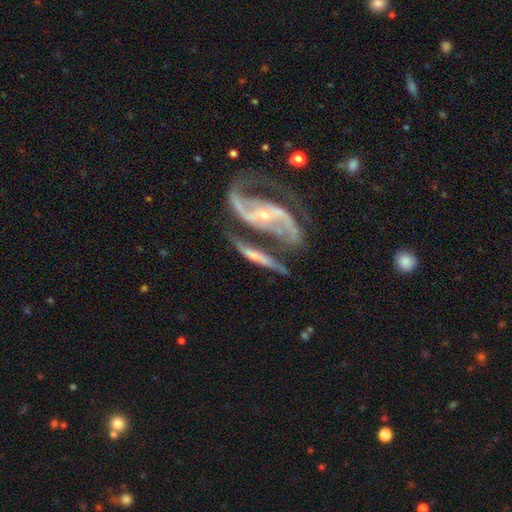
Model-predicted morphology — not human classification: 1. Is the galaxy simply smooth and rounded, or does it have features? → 80% featured or disk, 14% smooth, 6% star or artifact.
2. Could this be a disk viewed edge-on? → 81% no, 19% yes.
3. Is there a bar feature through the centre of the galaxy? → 35% strong, 34% no, 31% weak.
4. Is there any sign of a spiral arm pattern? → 87% yes, 13% no.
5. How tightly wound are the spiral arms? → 55% loose, 32% medium, 12% tight.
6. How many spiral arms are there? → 87% 2, 5% can't tell, 3% 1, 2% 3, 1% 4, 1% more than 4.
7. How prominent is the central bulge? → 62% small, 29% moderate, 5% none, 3% large, 1% dominant.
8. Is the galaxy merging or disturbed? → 34% none, 30% merger, 18% major disturbance, 18% minor disturbance.